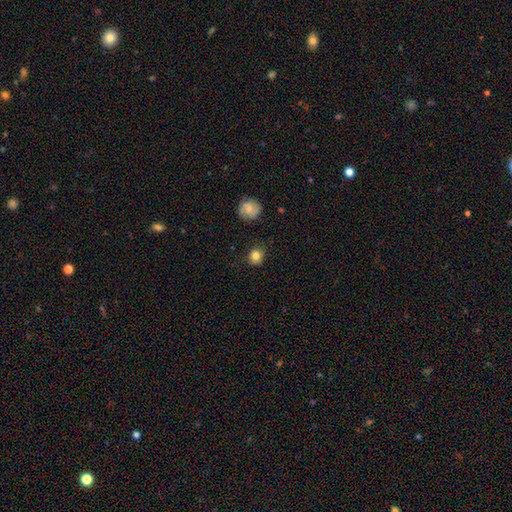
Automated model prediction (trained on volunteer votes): Smooth or featured? Predicted: smooth (p=0.82). How rounded? Predicted: round (p=0.81). Merging? Predicted: none (p=0.80).